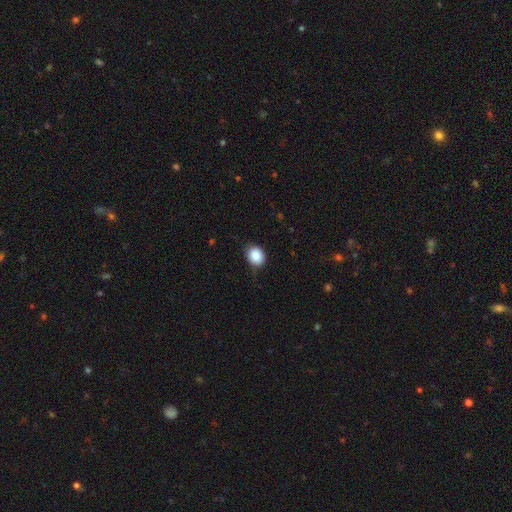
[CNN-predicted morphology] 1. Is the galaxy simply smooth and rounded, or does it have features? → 87% smooth, 9% star or artifact, 4% featured or disk.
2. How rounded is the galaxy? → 54% round, 45% in between, 1% cigar-shaped.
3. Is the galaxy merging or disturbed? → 77% none, 18% minor disturbance, 3% major disturbance, 1% merger.